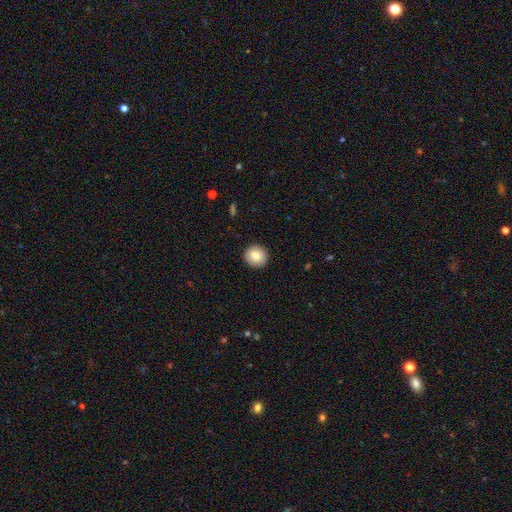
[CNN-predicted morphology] smooth 82%, featured or disk 10%, star or artifact 8%. Down the decision tree: how rounded — round (93%); merging — none (92%).